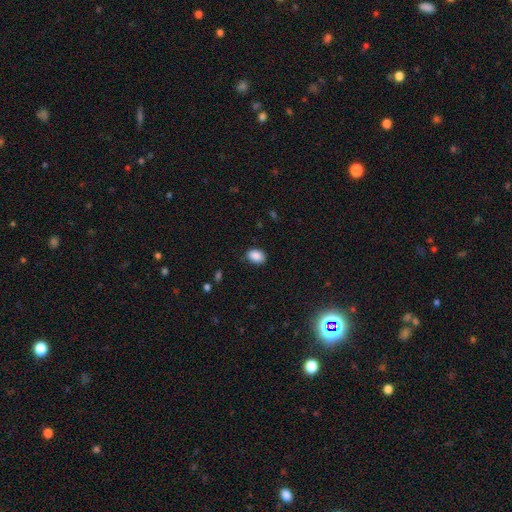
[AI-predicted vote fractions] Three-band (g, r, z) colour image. It shows a smooth galaxy with no disk features (88%) that is in between round and cigar-shaped (78%). Merging: none (81%).